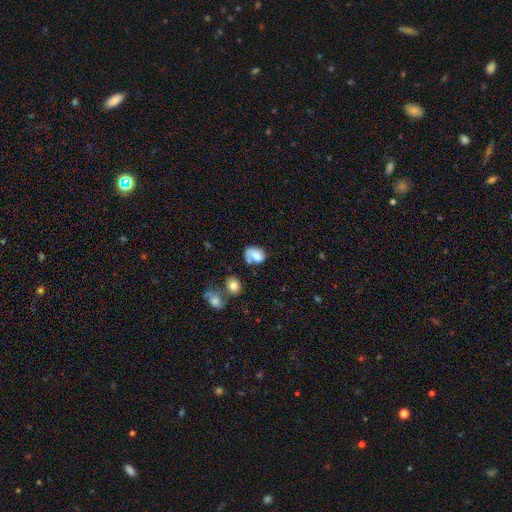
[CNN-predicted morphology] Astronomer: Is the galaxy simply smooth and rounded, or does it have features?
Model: smooth — 67%.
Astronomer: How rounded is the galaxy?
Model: in between — 69%.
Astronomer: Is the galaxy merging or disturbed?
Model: none — 36% (runner-up: minor disturbance, 28%).